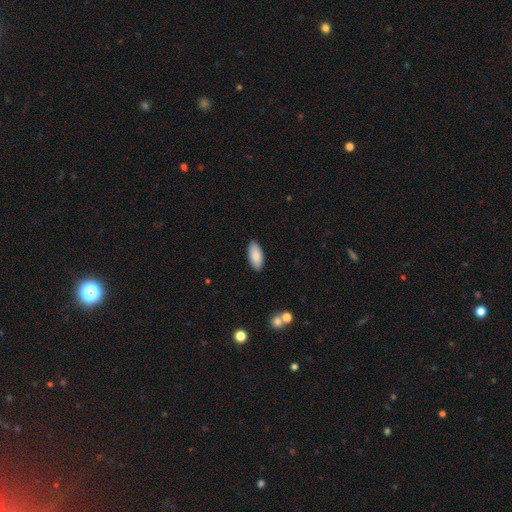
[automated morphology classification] smooth 87%, featured or disk 7%, star or artifact 6%. Down the decision tree: how rounded — in between (88%); merging — none (89%).